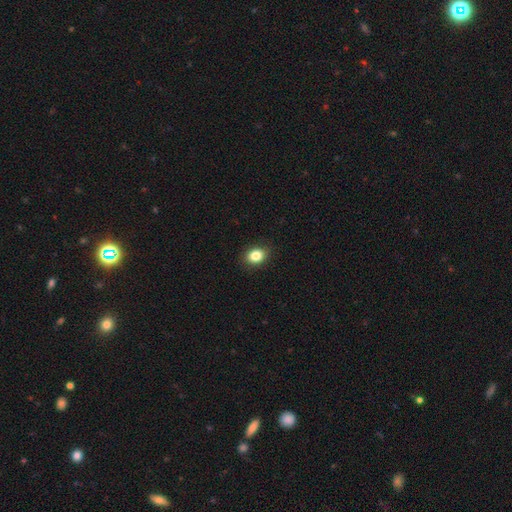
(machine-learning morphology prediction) smooth 85%, star or artifact 10%, featured or disk 6%. Down the decision tree: how rounded — in between (59%); merging — none (89%).